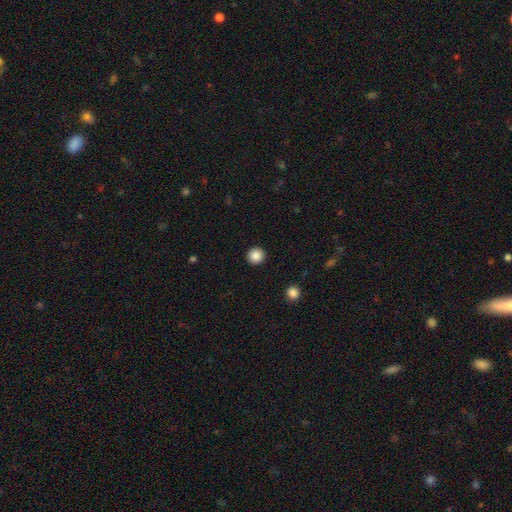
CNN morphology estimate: Smooth or featured: smooth — 87% (star or artifact — 10%)
How rounded: round — 95% (in between — 4%)
Merging: none — 93% (minor disturbance — 4%)